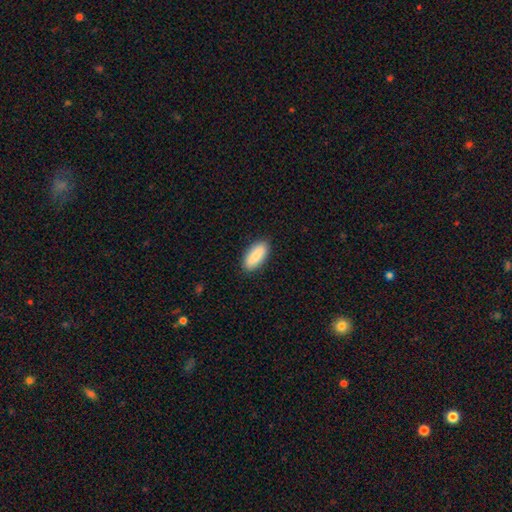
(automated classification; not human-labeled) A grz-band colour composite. It shows a smooth galaxy with no disk features (87%) that is in between round and cigar-shaped (80%). Merging: none (89%).